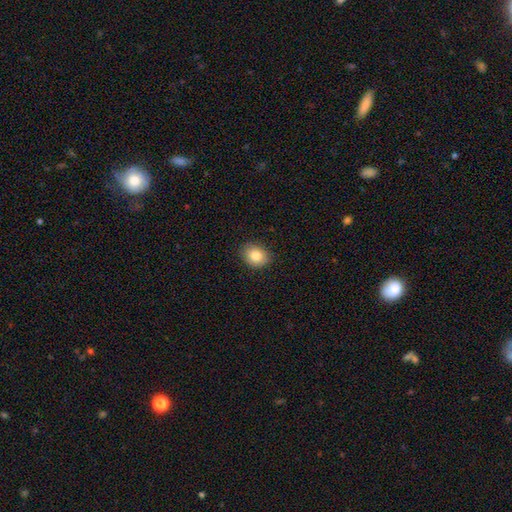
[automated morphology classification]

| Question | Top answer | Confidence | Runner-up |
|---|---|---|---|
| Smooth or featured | smooth | 83% | star or artifact (9%) |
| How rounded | round | 50% | in between (49%) |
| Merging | none | 86% | minor disturbance (11%) |